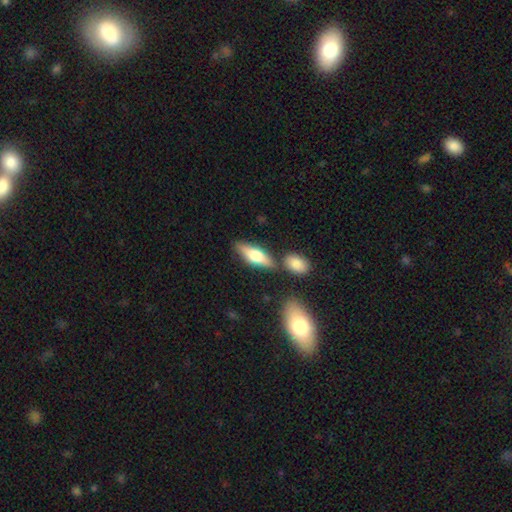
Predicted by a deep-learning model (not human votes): A smooth galaxy with no disk features (56%) that is in between round and cigar-shaped (57%). Merging: none (75%).